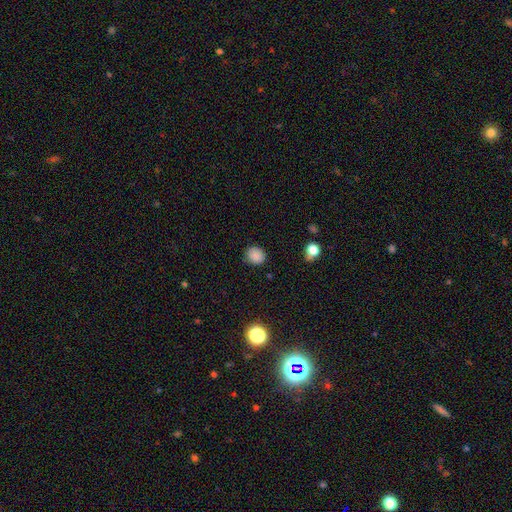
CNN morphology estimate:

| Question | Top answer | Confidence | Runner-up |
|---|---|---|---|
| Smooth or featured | smooth | 86% | star or artifact (11%) |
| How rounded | round | 74% | in between (25%) |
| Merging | none | 86% | minor disturbance (10%) |